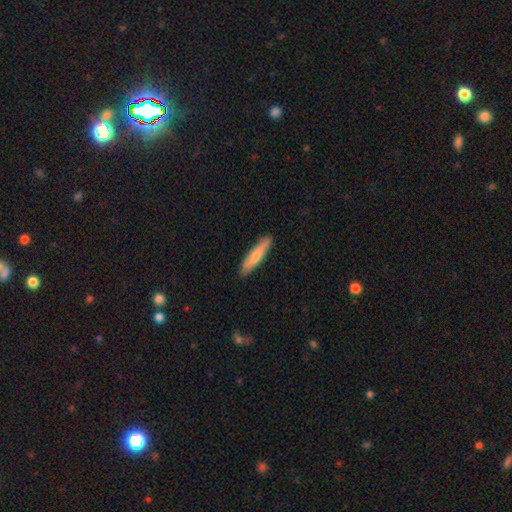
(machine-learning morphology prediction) The model was most divided on "smooth or featured": smooth: 73%, featured or disk: 22%, star or artifact: 5%. More confident: merging — none (88%); how rounded — cigar-shaped (86%).